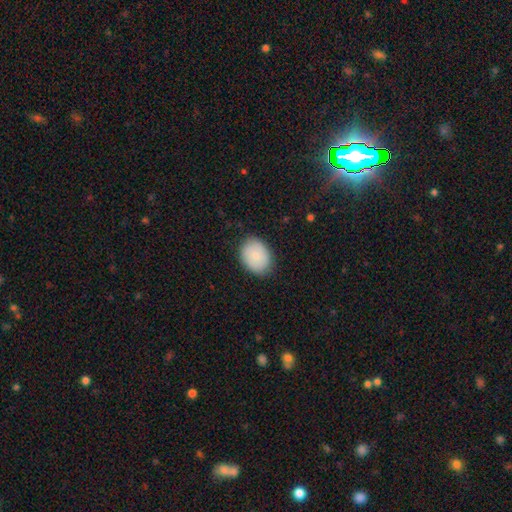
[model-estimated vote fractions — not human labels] Morphology: type=smooth (81%); roundness=in between (58%); merging=none (84%).